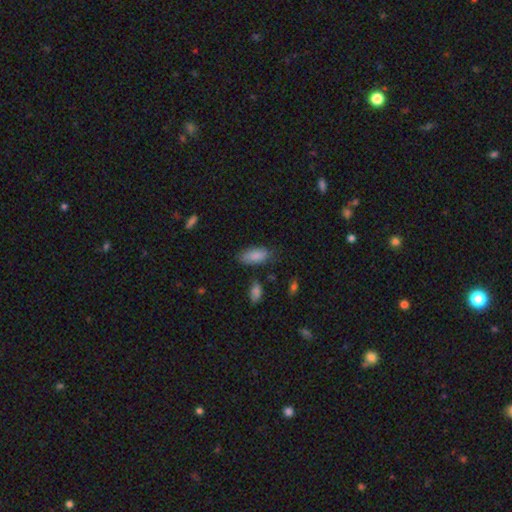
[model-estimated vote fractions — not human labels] smooth 86%, featured or disk 7%, star or artifact 7%. Down the decision tree: how rounded — in between (87%); merging — none (70%).